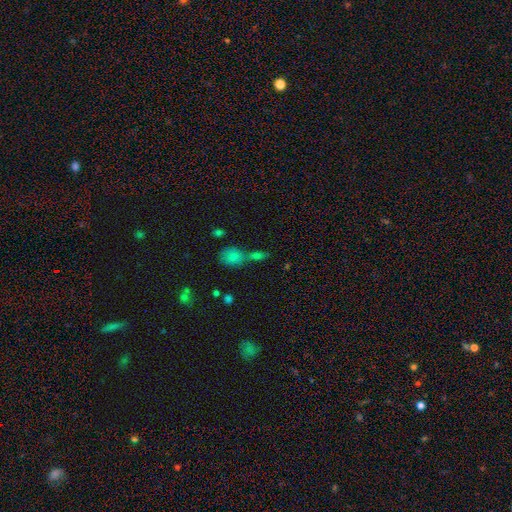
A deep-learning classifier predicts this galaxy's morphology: This appears to be a smooth galaxy with no disk features (58%) that is in between round and cigar-shaped (47%). Merging: none (46%).